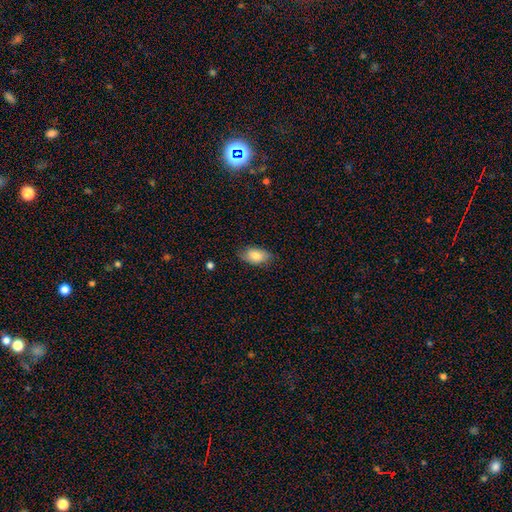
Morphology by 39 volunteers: Smooth or featured? 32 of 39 (82%) said smooth. How rounded? 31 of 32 (97%) said in between. Merging? 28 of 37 (76%) said none.